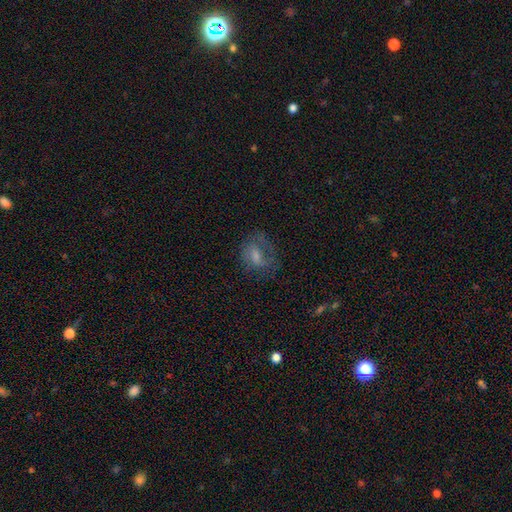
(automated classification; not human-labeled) Smooth or featured? featured or disk (43%)
Merging? none (58%)